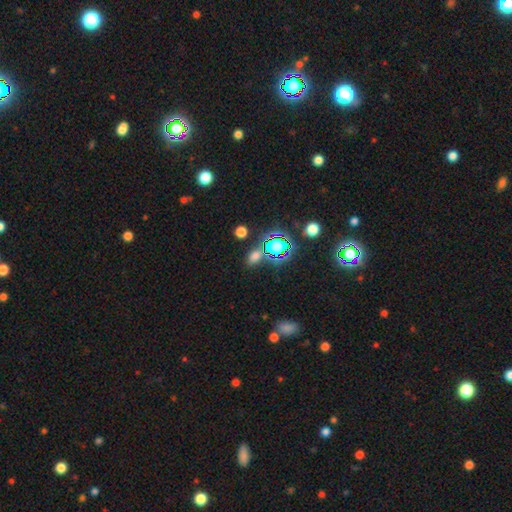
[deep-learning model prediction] Smooth or featured: smooth — 57% (star or artifact — 35%)
How rounded: in between — 65% (round — 32%)
Merging: none — 74% (minor disturbance — 12%)